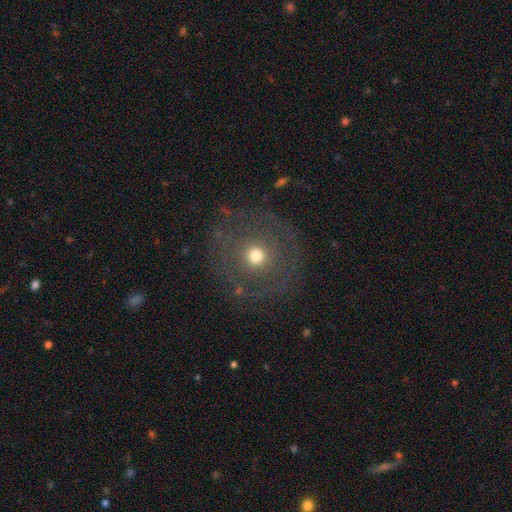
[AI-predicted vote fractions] Q: Smooth or featured?
A: smooth (48%); runner-up: featured or disk (36%)
Q: Merging?
A: none (79%); runner-up: minor disturbance (11%)